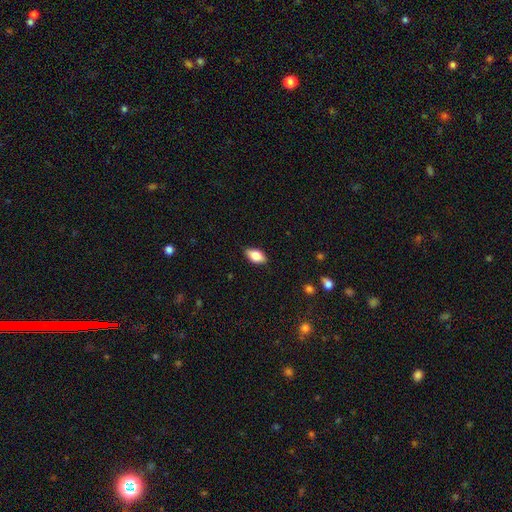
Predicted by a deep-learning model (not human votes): A smooth galaxy with no disk features (78%) that is in between round and cigar-shaped (89%).

Vote fractions:
- Smooth or featured? smooth: 78% / featured or disk: 14% / star or artifact: 7%
- How rounded? in between: 89% / round: 5% / cigar-shaped: 5%
- Merging? none: 86% / minor disturbance: 11% / major disturbance: 2% / merger: 1%